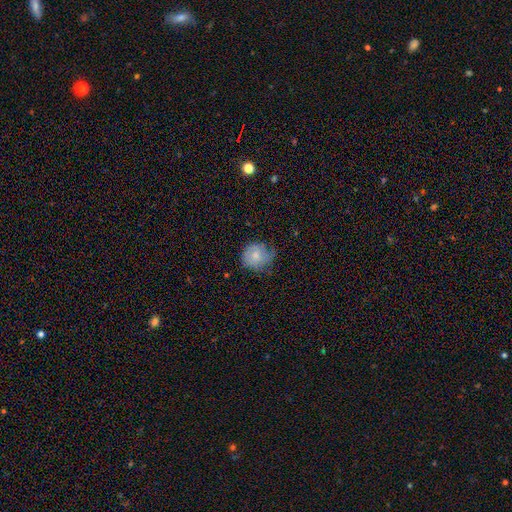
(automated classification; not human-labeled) smooth 70%, featured or disk 22%, star or artifact 8%. Down the decision tree: how rounded — round (83%); merging — none (50%).